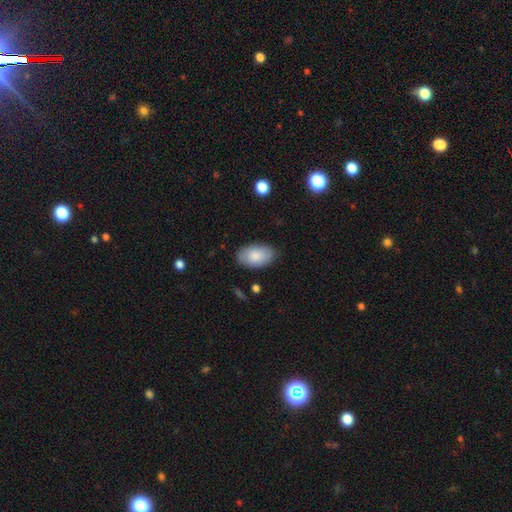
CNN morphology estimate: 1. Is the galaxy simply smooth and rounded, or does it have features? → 82% smooth, 12% featured or disk, 6% star or artifact.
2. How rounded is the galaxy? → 94% in between, 5% round, 1% cigar-shaped.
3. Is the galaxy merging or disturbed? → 85% none, 12% minor disturbance, 3% major disturbance, 1% merger.